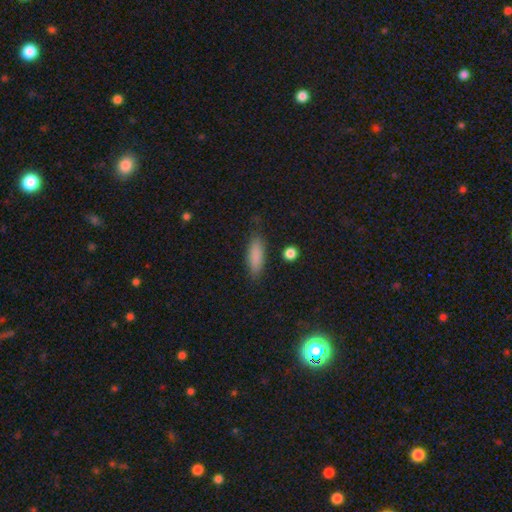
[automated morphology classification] smooth-or-featured: smooth: 84% | featured or disk: 8% | star or artifact: 8%
  how-rounded: cigar-shaped: 51% | in between: 47% | round: 2%
  merging: none: 81% | minor disturbance: 13% | major disturbance: 3% | merger: 2%